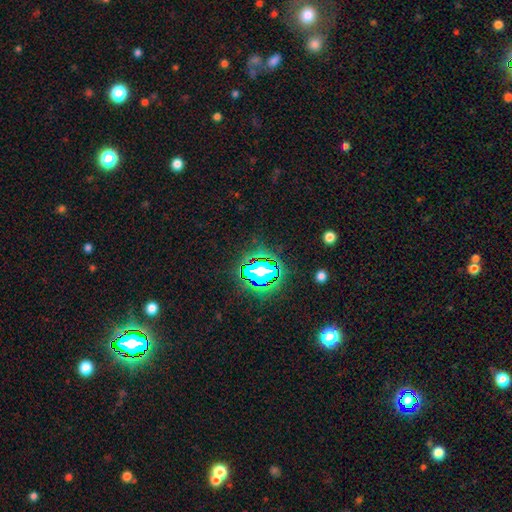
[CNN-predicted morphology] smooth-or-featured: star or artifact: 81% | smooth: 12% | featured or disk: 7%